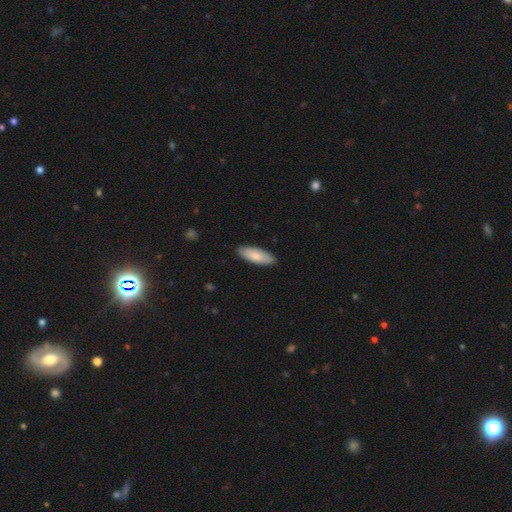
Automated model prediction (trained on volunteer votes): Morphology: type=smooth (80%); roundness=in between (71%); merging=none (88%).